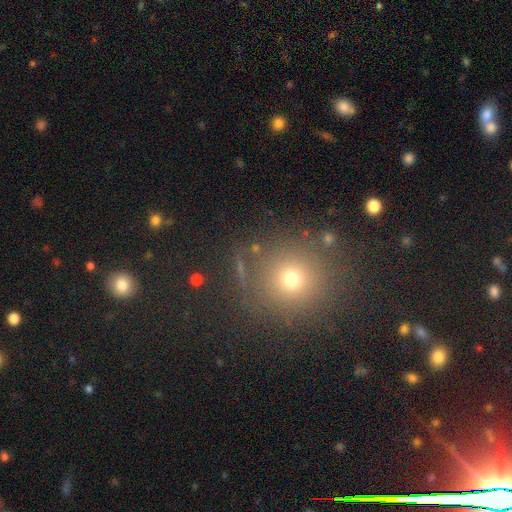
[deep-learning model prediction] Smooth or featured: smooth — 61% (star or artifact — 30%)
How rounded: round — 91% (in between — 8%)
Merging: none — 85% (minor disturbance — 8%)